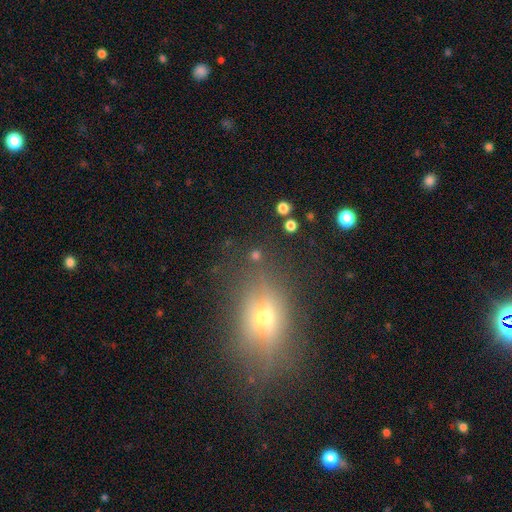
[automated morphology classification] A smooth galaxy with no disk features (58%) that is round (65%). Merging: none (73%).